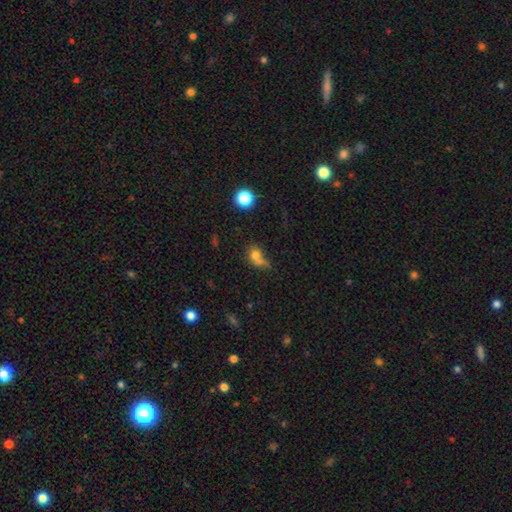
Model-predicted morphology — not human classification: smooth_or_featured: smooth (p=0.71) [alt: star or artifact p=0.15]
how_rounded: round (p=0.64) [alt: in between p=0.34]
merging: merger (p=0.39) [alt: none p=0.34]